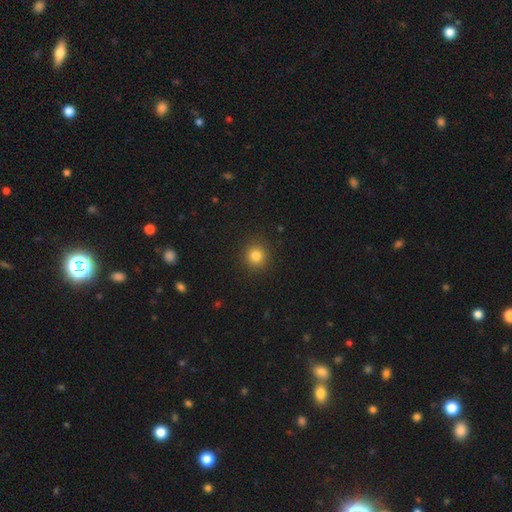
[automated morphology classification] smooth-or-featured: smooth: 82% | star or artifact: 13% | featured or disk: 5%
  how-rounded: round: 93% | in between: 6% | cigar-shaped: 1%
  merging: none: 91% | minor disturbance: 6% | major disturbance: 2% | merger: 1%